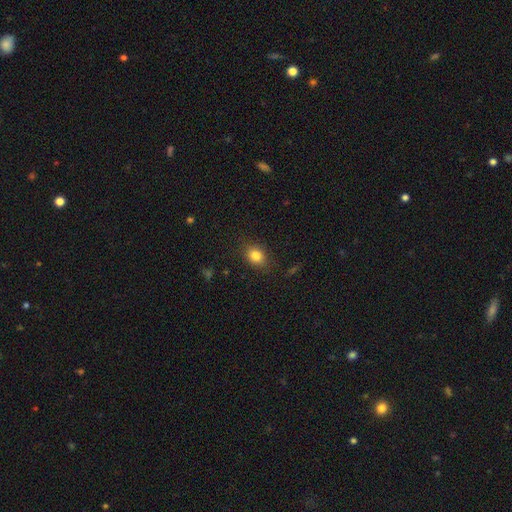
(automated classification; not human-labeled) This is clearly a smooth galaxy (82%). How rounded: possibly in between (55%). Merging: clearly none (84%).